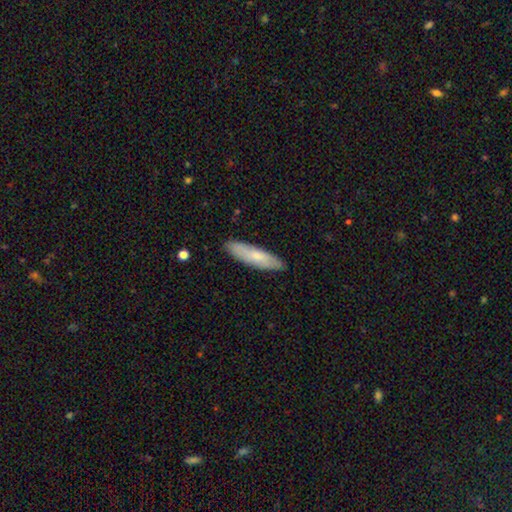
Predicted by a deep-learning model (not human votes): smooth_or_featured: smooth (p=0.62) [alt: featured or disk p=0.31]
how_rounded: cigar-shaped (p=0.71) [alt: in between p=0.27]
merging: none (p=0.88) [alt: minor disturbance p=0.10]